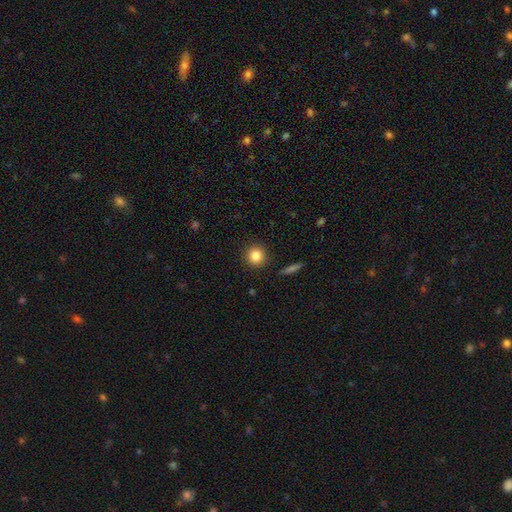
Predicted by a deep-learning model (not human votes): This appears to be a smooth galaxy with no disk features (83%) that is round (92%). Merging: none (91%).